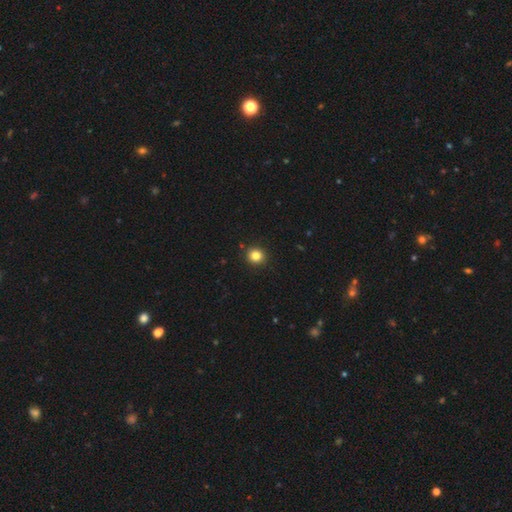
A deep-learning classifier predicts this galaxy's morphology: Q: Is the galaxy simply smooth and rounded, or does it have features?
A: smooth — 83%.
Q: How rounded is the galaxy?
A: round — 90%.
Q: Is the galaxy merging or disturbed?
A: none — 92%.